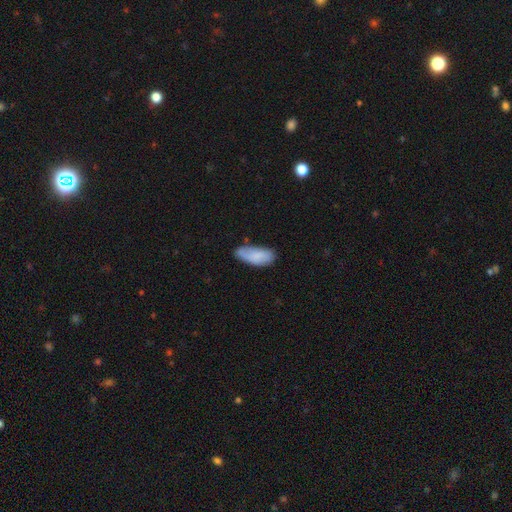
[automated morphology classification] Smooth or featured? Predicted: smooth (p=0.82). How rounded? Predicted: in between (p=0.83). Merging? Predicted: none (p=0.60).